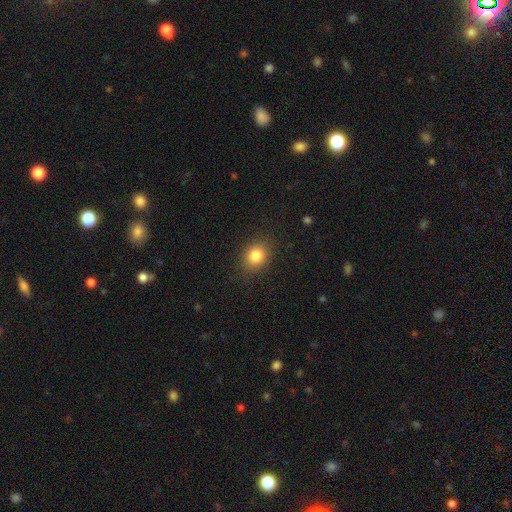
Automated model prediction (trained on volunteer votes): Morphology: type=smooth (83%); roundness=round (59%); merging=none (85%).